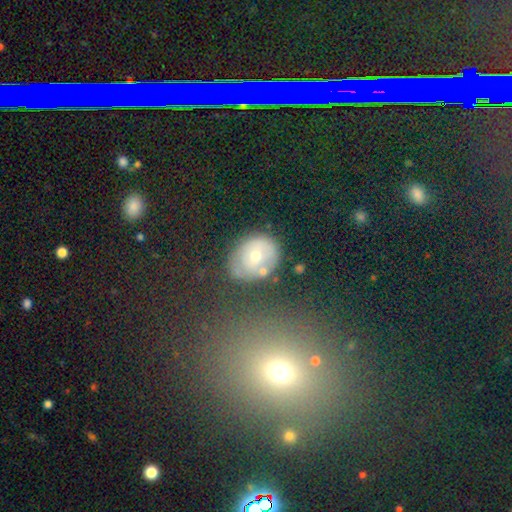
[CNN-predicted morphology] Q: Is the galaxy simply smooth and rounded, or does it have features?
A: smooth — 47%.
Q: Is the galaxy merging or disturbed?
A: none — 60%.